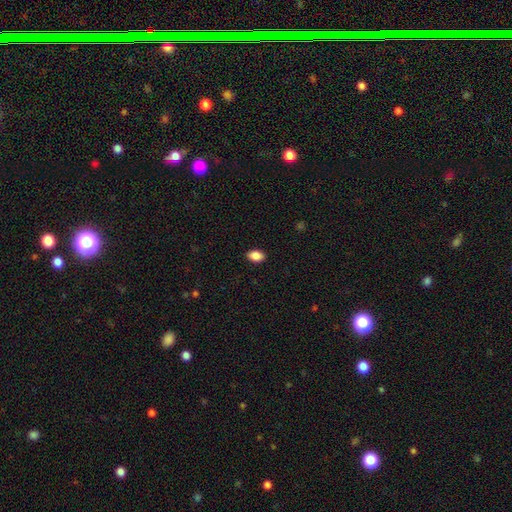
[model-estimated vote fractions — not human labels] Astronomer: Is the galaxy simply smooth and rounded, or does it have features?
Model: smooth — 88%.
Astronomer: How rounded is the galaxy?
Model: in between — 88%.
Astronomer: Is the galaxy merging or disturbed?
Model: none — 90%.